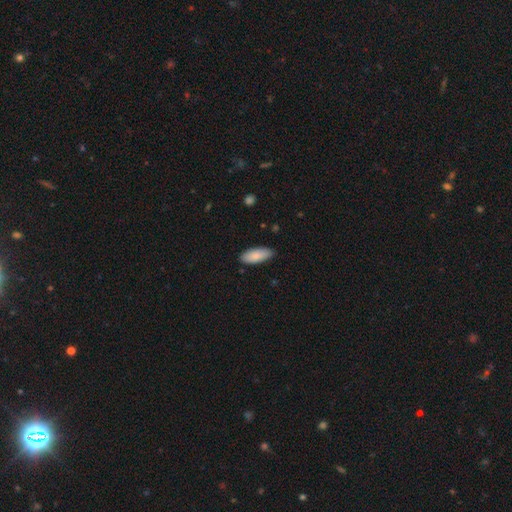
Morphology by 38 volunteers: This is clearly a smooth galaxy (87%). How rounded: clearly in between (97%). Merging: clearly none (83%).